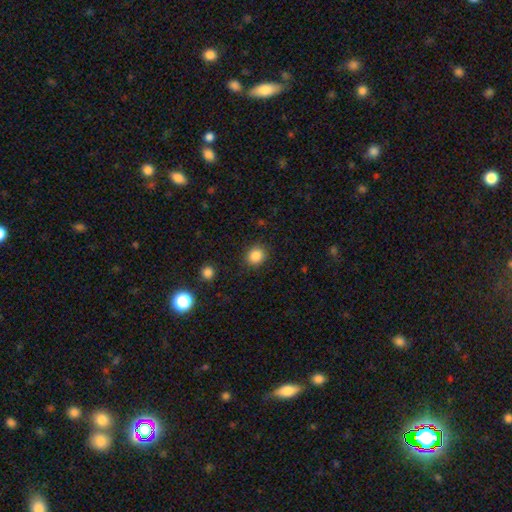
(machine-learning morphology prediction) The model was most divided on "how rounded": round: 79%, in between: 20%, cigar-shaped: 1%. More confident: merging — none (88%); smooth or featured — smooth (86%).